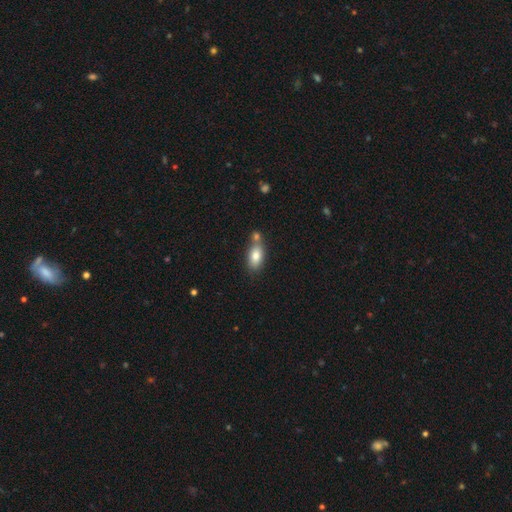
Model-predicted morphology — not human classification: Smooth or featured? Predicted: smooth (p=0.80). How rounded? Predicted: in between (p=0.88). Merging? Predicted: none (p=0.52).